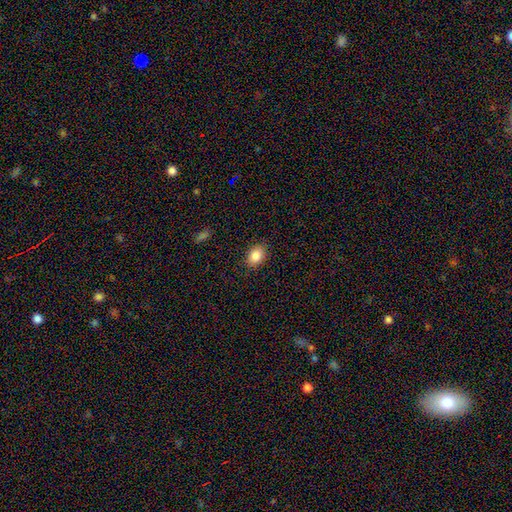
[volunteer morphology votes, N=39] smooth_or_featured: smooth (p=0.95) [alt: star or artifact p=0.05]
how_rounded: in between (p=0.65) [alt: round p=0.35]
merging: none (p=0.89) [alt: minor disturbance p=0.11]